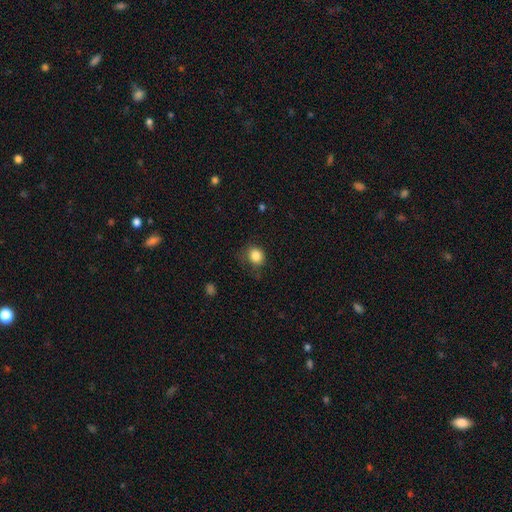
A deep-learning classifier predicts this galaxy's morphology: smooth_or_featured: smooth (p=0.85) [alt: star or artifact p=0.10]
how_rounded: round (p=0.70) [alt: in between p=0.29]
merging: none (p=0.68) [alt: minor disturbance p=0.23]